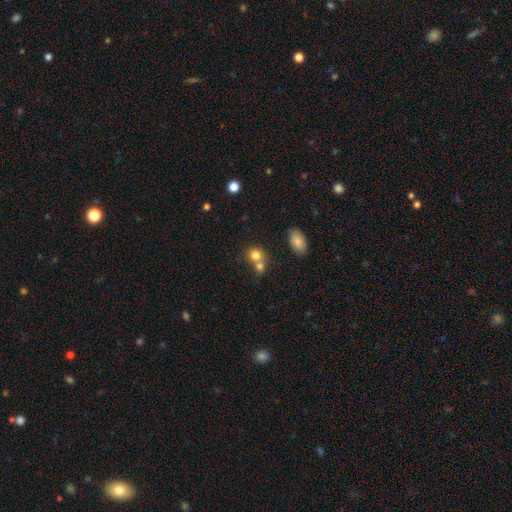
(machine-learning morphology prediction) This is likely a smooth galaxy (78%). How rounded: likely round (77%). Merging: possibly merger (47%).